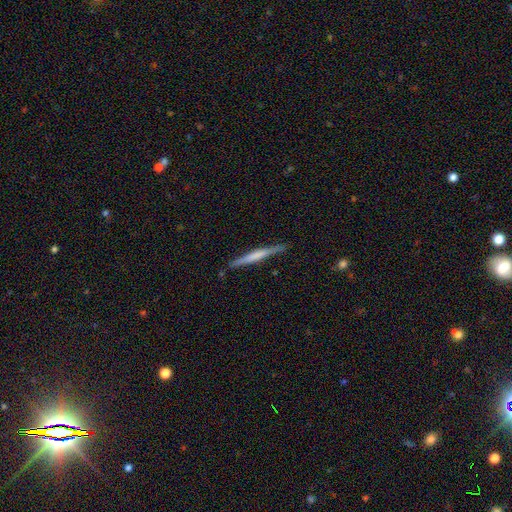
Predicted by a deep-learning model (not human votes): Morphology: type=featured or disk (52%); edge-on=yes (97%); edge-on bulge=none (56%); merging=none (87%).